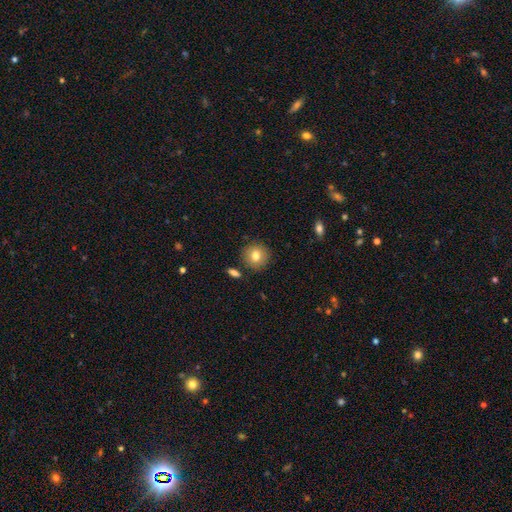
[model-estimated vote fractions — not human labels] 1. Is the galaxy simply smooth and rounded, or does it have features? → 79% smooth, 11% featured or disk, 10% star or artifact.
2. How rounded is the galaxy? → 91% round, 8% in between, 1% cigar-shaped.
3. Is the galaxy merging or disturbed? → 87% none, 7% minor disturbance, 3% merger, 2% major disturbance.